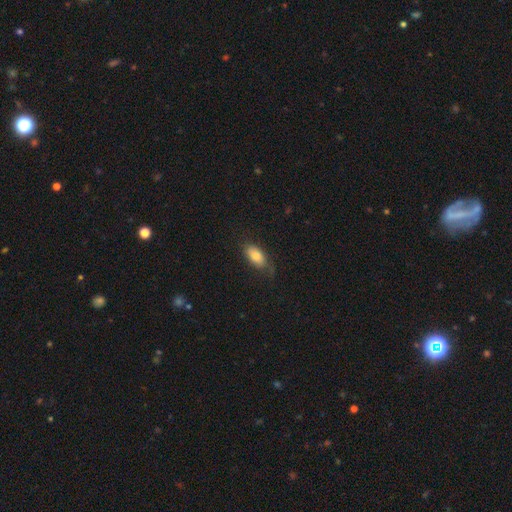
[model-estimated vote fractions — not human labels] Smooth or featured? smooth (80%)
How rounded? in between (89%)
Merging? none (63%)